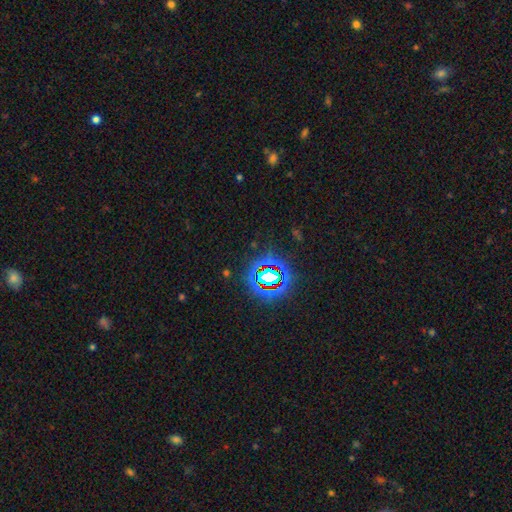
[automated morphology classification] This is likely a star or artifact rather than a galaxy (75%).